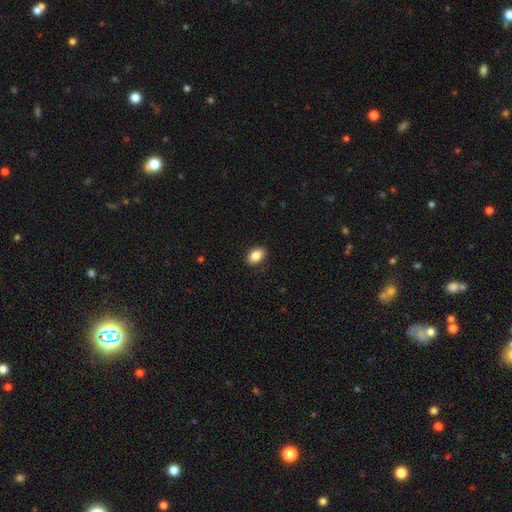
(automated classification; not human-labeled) This appears to be a smooth galaxy with no disk features (86%) that is in between round and cigar-shaped (86%). Merging: none (90%).